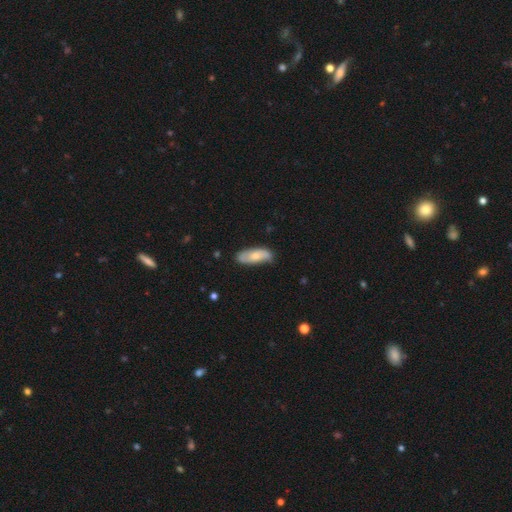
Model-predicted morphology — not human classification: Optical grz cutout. It shows a smooth galaxy with no disk features (61%) that is in between round and cigar-shaped (75%). Merging: none (72%).